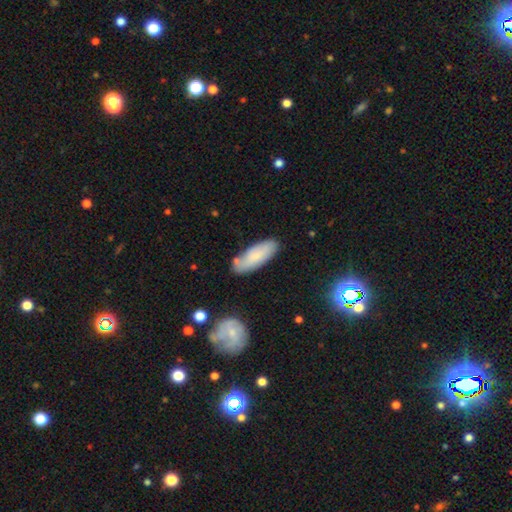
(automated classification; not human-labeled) A smooth galaxy with no disk features (75%) that is in between round and cigar-shaped (69%). Merging: none (72%).